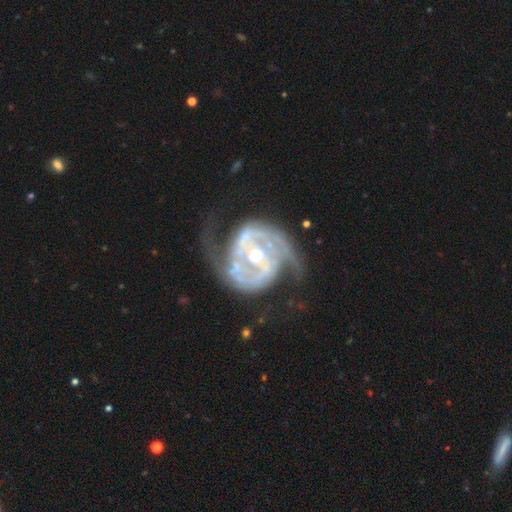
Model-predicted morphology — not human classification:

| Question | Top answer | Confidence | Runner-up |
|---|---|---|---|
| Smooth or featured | featured or disk | 91% | star or artifact (5%) |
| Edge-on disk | no | 98% | yes (2%) |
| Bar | no | 41% | weak (37%) |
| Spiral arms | yes | 96% | no (4%) |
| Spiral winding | medium | 50% | tight (29%) |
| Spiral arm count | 2 | 84% | can't tell (5%) |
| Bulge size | moderate | 69% | small (24%) |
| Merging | none | 60% | minor disturbance (20%) |